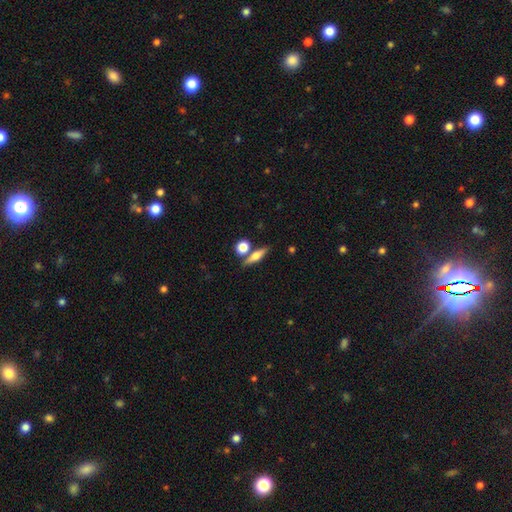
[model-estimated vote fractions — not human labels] This is possibly a smooth galaxy (52%). How rounded: possibly cigar-shaped (50%). Merging: likely none (71%).